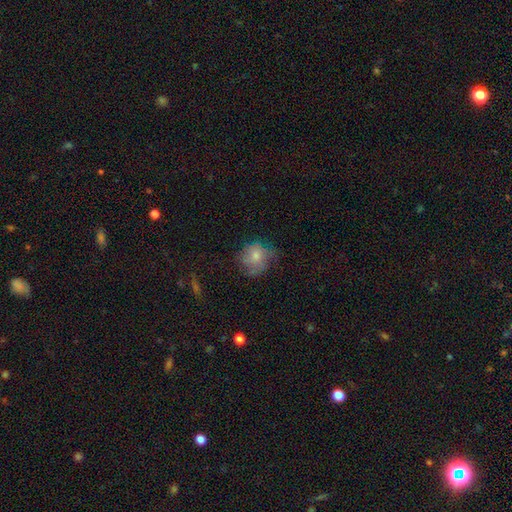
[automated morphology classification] A smooth galaxy with no disk features (63%) that is round (71%). Merging: none (52%).